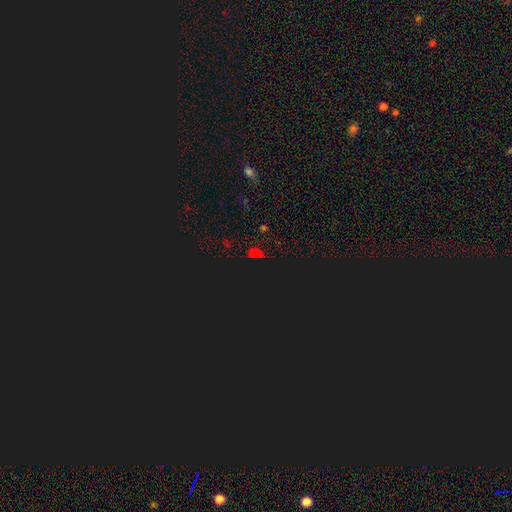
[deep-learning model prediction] Overall: star or artifact (73%).